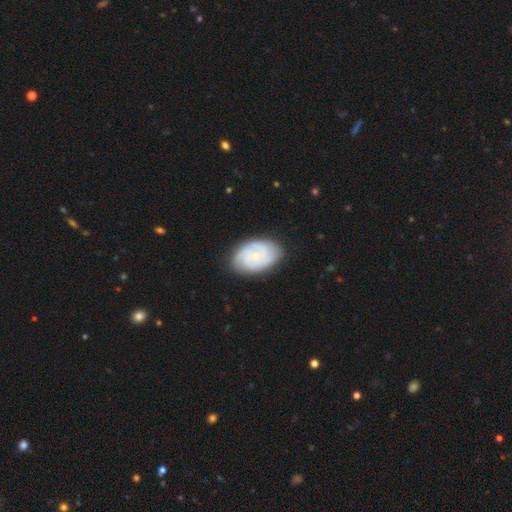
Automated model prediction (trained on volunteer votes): Morphology: type=featured or disk (72%); edge-on=no (97%); bar=no (74%); spiral arms=yes (93%); winding=tight (66%); arm count=can't tell (29%); bulge=small (71%); merging=none (79%).